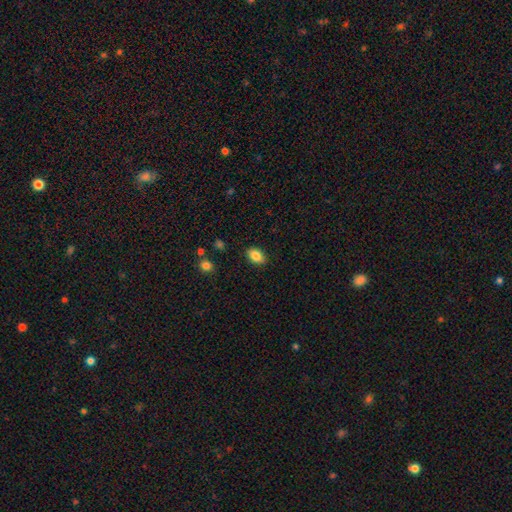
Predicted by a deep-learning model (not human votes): smooth-or-featured: smooth: 86% | star or artifact: 8% | featured or disk: 5%
  how-rounded: in between: 85% | round: 13% | cigar-shaped: 1%
  merging: none: 88% | minor disturbance: 9% | major disturbance: 2% | merger: 1%